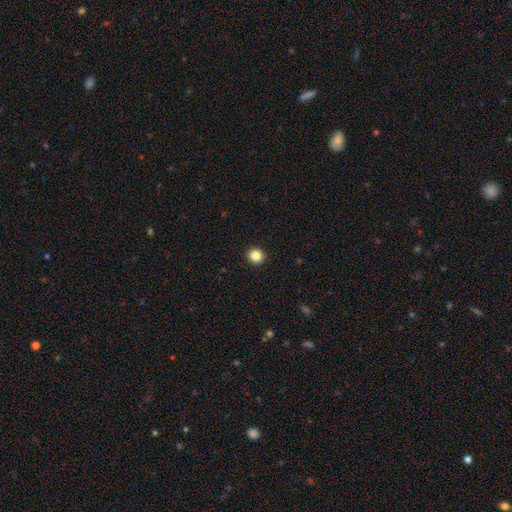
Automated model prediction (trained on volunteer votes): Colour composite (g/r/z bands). It shows a smooth galaxy with no disk features (85%) that is round (93%). Merging: none (93%).